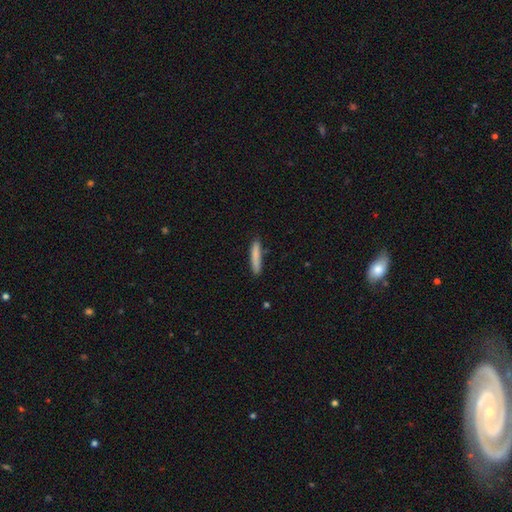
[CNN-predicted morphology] Smooth or featured: smooth — 83% (featured or disk — 11%)
How rounded: cigar-shaped — 91% (in between — 8%)
Merging: none — 84% (minor disturbance — 13%)